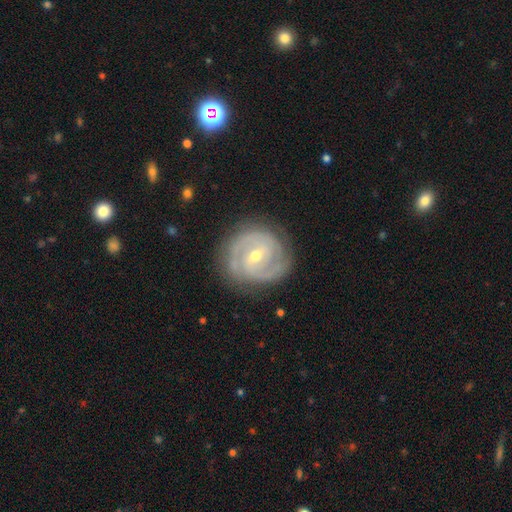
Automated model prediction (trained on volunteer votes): Overall: featured or disk (87%). Edge-on disk: no (97%). Bar: weak (49%; no 32%). Spiral arms: yes (96%). Spiral arm count: 2 (52%; 3 22%). Spiral winding: tight (69%). Bulge size: small (49%; moderate 48%). Merging: none (81%).